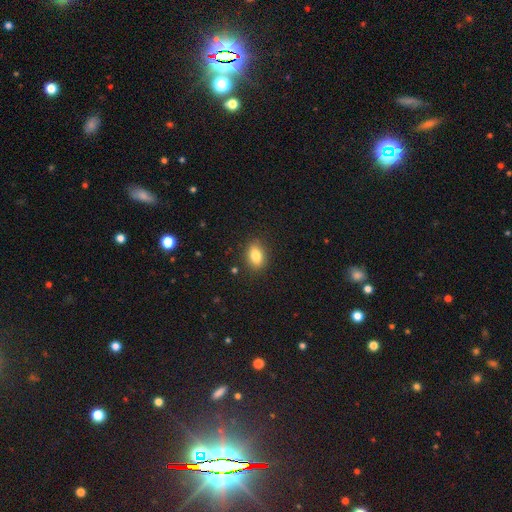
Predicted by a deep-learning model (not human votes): Smooth or featured? Predicted: smooth (p=0.82). How rounded? Predicted: in between (p=0.80). Merging? Predicted: none (p=0.87).